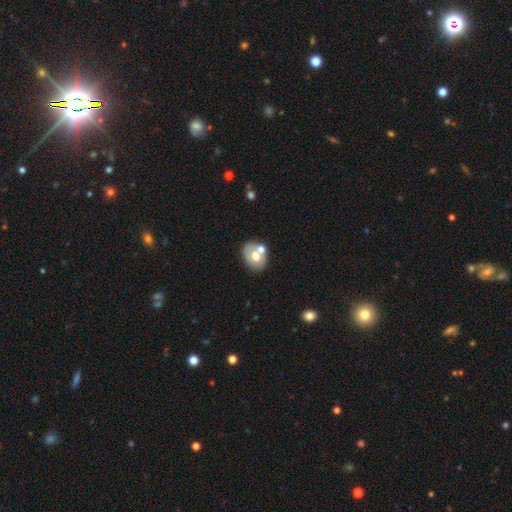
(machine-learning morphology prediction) Smooth or featured? Predicted: smooth (p=0.59). How rounded? Predicted: in between (p=0.60). Merging? Predicted: none (p=0.57).